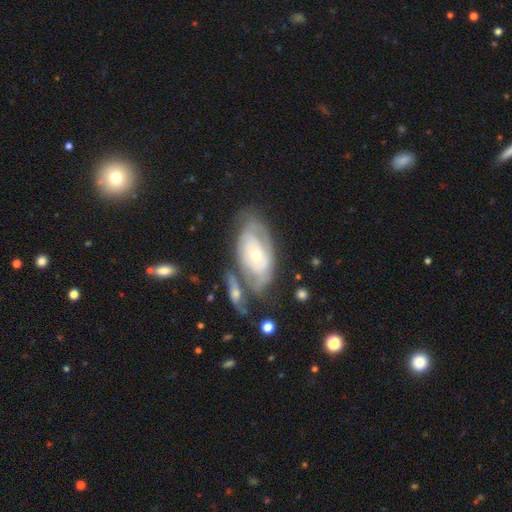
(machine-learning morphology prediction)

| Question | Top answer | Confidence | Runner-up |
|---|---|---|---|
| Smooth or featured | featured or disk | 77% | smooth (17%) |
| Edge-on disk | no | 93% | yes (7%) |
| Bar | no | 78% | weak (17%) |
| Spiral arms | yes | 80% | no (20%) |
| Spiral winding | tight | 69% | medium (23%) |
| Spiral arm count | can't tell | 44% | 2 (36%) |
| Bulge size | moderate | 51% | small (45%) |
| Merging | none | 54% | minor disturbance (20%) |